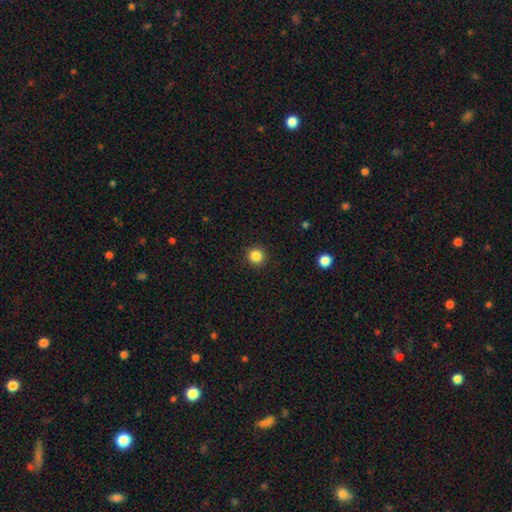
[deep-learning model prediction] Smooth or featured?
  - smooth: 85% *
  - star or artifact: 11%
  - featured or disk: 4%
How rounded?
  - round: 94% *
  - in between: 5%
  - cigar-shaped: 1%
Merging?
  - none: 92% *
  - minor disturbance: 5%
  - major disturbance: 2%
  - merger: 1%